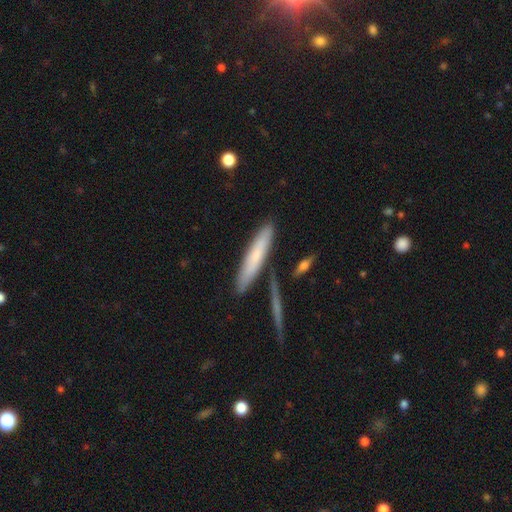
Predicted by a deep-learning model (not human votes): Q: Smooth or featured?
A: smooth (67%); runner-up: featured or disk (27%)
Q: How rounded?
A: cigar-shaped (87%); runner-up: in between (12%)
Q: Merging?
A: none (78%); runner-up: minor disturbance (12%)